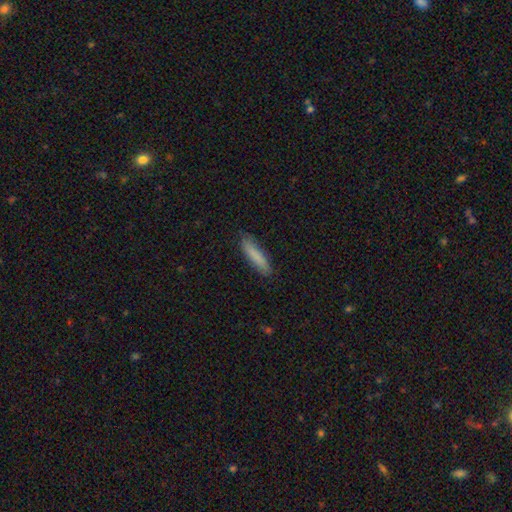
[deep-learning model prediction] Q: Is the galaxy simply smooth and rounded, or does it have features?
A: smooth — 84%.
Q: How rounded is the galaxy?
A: cigar-shaped — 80%.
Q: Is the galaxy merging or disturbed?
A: none — 85%.